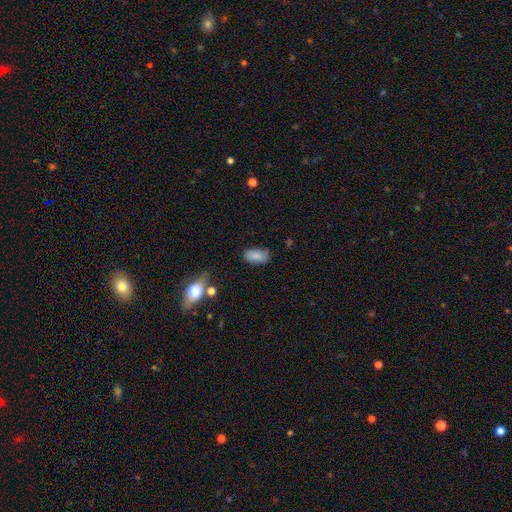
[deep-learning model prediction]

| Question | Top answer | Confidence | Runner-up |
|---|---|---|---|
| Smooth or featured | smooth | 83% | featured or disk (9%) |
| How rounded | in between | 93% | cigar-shaped (4%) |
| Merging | none | 72% | minor disturbance (21%) |